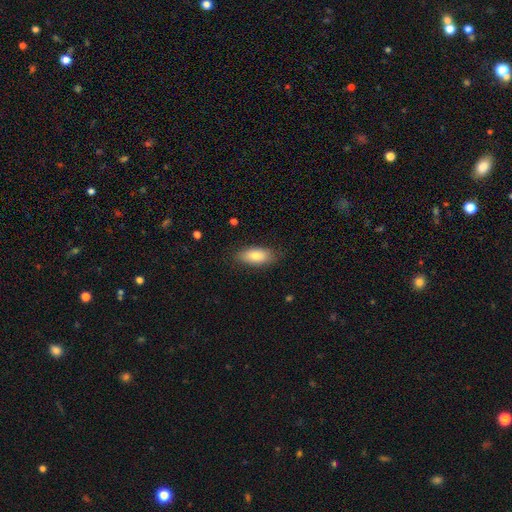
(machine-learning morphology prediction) This appears to be a smooth galaxy with no disk features (81%) that is in between round and cigar-shaped (87%). Merging: none (82%).